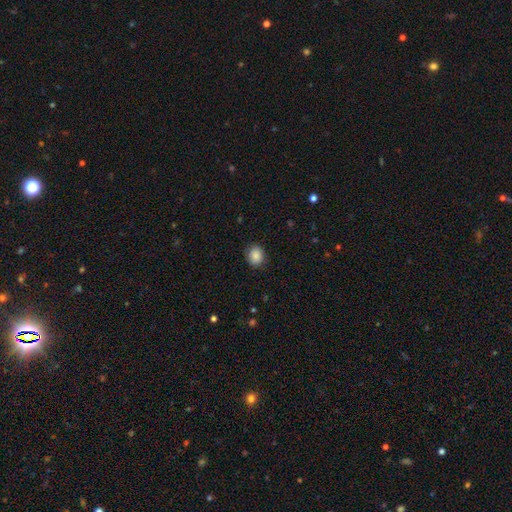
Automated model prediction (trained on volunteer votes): This appears to be a smooth galaxy with no disk features (87%) that is round (68%). Merging: none (87%).